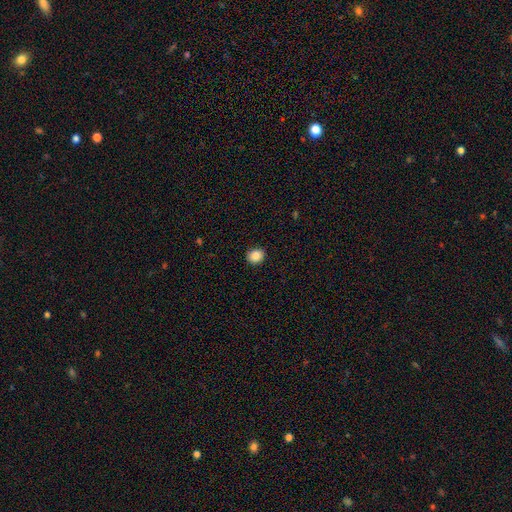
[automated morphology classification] Smooth or featured?
  - smooth: 85% *
  - star or artifact: 9%
  - featured or disk: 6%
How rounded?
  - round: 69% *
  - in between: 30%
  - cigar-shaped: 1%
Merging?
  - none: 91% *
  - minor disturbance: 6%
  - major disturbance: 2%
  - merger: 1%